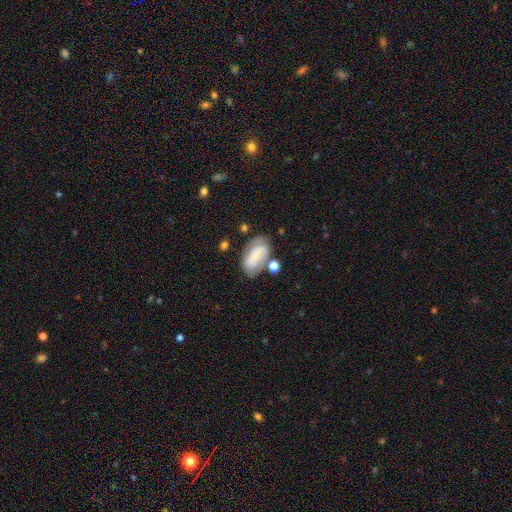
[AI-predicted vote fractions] The model was most divided on "smooth or featured": smooth: 53%, featured or disk: 39%, star or artifact: 8%. More confident: how rounded — in between (90%); merging — none (57%).